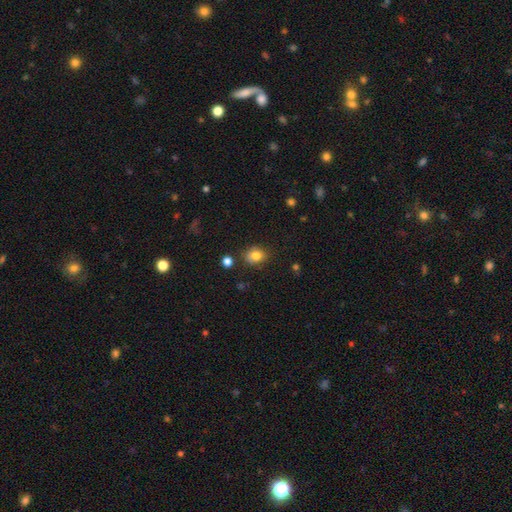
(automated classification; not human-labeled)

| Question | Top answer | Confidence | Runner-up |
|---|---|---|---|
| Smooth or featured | smooth | 81% | star or artifact (11%) |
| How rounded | round | 61% | in between (38%) |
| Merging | none | 78% | minor disturbance (16%) |